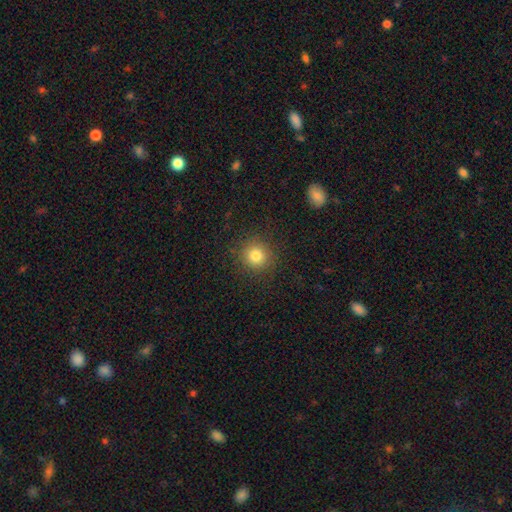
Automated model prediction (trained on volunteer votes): The model was most divided on "smooth or featured": smooth: 80%, star or artifact: 13%, featured or disk: 7%. More confident: how rounded — round (93%); merging — none (89%).